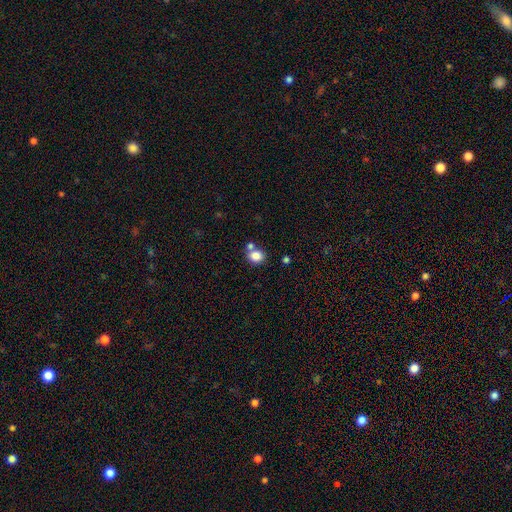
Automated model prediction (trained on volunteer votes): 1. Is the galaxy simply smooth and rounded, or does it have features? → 83% smooth, 10% star or artifact, 7% featured or disk.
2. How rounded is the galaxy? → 67% round, 32% in between, 1% cigar-shaped.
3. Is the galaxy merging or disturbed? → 60% none, 26% merger, 10% minor disturbance, 4% major disturbance.